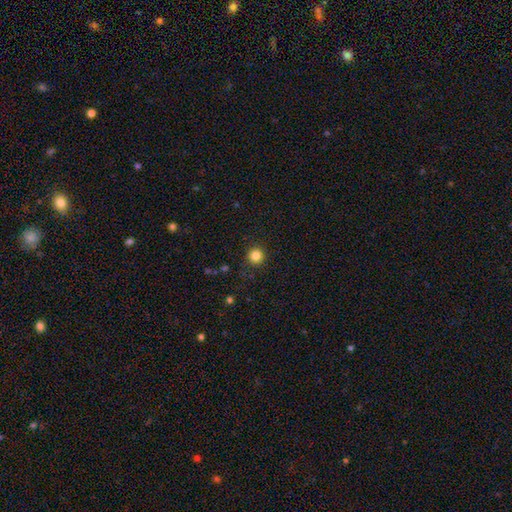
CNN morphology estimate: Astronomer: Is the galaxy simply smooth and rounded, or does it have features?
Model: smooth — 84%.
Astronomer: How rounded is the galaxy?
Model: round — 94%.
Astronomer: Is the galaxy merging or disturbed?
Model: none — 89%.